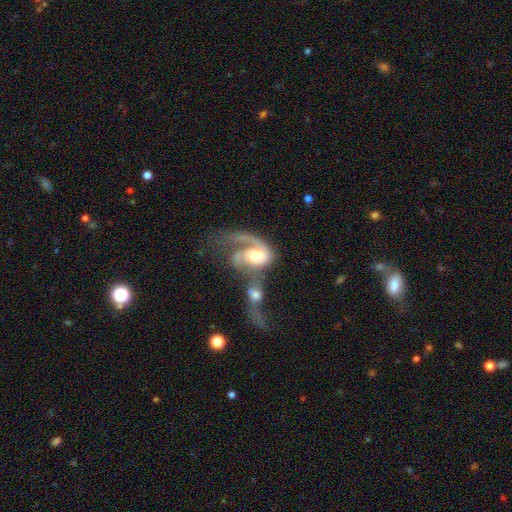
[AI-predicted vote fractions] Smooth or featured? featured or disk (76%)
Edge-on disk? no (96%)
Bar? no (60%)
Spiral arms? yes (89%)
Spiral winding? loose (43%)
Spiral arm count? 1 (63%)
Bulge size? moderate (54%)
Merging? merger (66%)